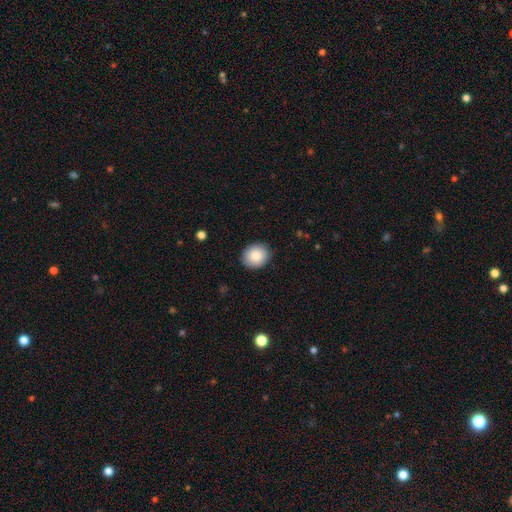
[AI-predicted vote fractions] smooth 85%, star or artifact 8%, featured or disk 7%. Down the decision tree: how rounded — round (72%); merging — none (90%).